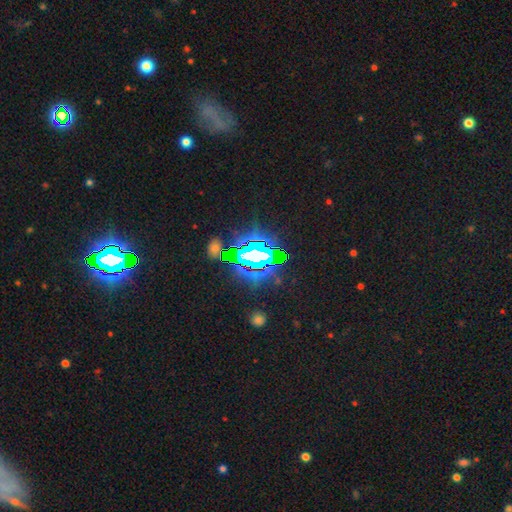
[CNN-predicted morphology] Smooth or featured? Predicted: star or artifact (p=0.74).